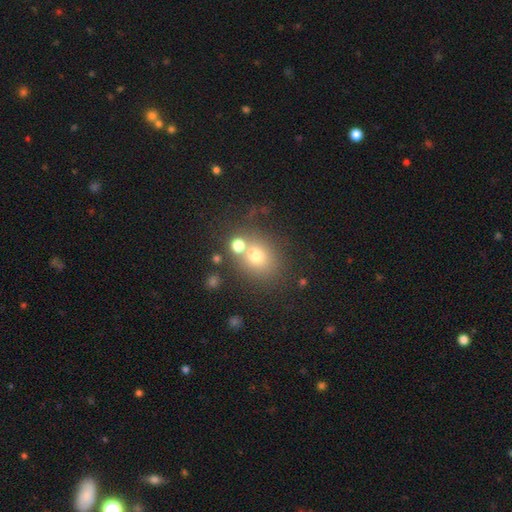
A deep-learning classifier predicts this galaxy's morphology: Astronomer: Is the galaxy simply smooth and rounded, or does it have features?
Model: smooth — 68%.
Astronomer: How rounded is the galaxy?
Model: round — 63%.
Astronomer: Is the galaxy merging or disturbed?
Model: none — 58%.